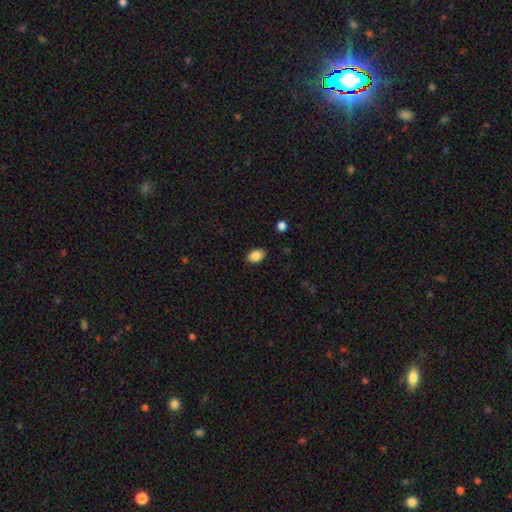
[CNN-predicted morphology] A smooth galaxy with no disk features (87%) that is in between round and cigar-shaped (86%). Merging: none (87%).